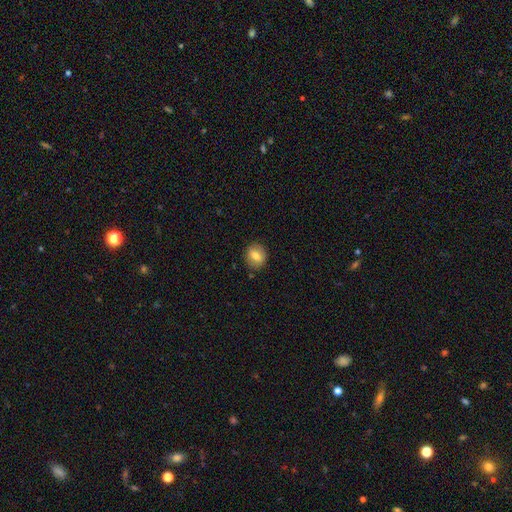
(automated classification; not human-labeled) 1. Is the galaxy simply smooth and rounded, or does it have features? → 73% smooth, 18% featured or disk, 9% star or artifact.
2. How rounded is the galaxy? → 70% round, 29% in between, 1% cigar-shaped.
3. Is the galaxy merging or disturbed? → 87% none, 9% minor disturbance, 2% major disturbance, 1% merger.